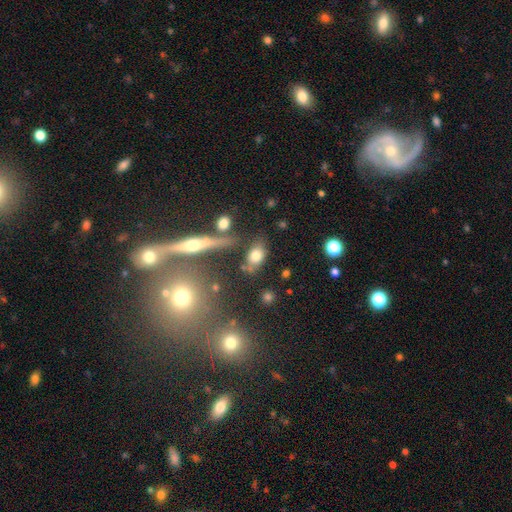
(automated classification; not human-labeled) smooth-or-featured: smooth: 74% | featured or disk: 15% | star or artifact: 11%
  how-rounded: in between: 76% | round: 18% | cigar-shaped: 6%
  merging: none: 63% | minor disturbance: 17% | merger: 14% | major disturbance: 7%